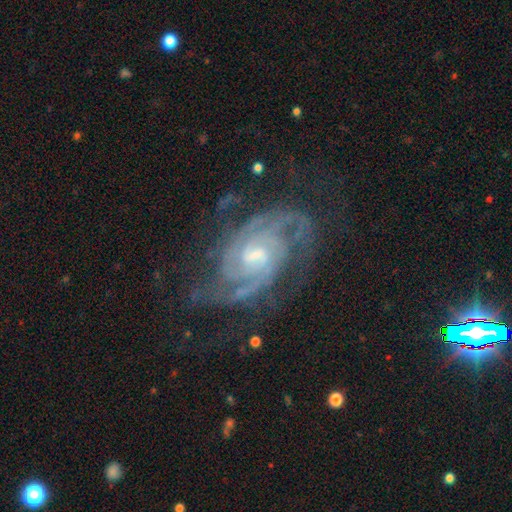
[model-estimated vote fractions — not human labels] The model was most divided on "bulge size": moderate: 48%, small: 42%, none: 5%, large: 4%, dominant: 1%. Remaining: spiral arms — yes (98%); edge-on disk — no (97%); smooth or featured — featured or disk (91%); merging — none (70%); spiral winding — tight (59%); bar — weak (51%); spiral arm count — 2 (45%).